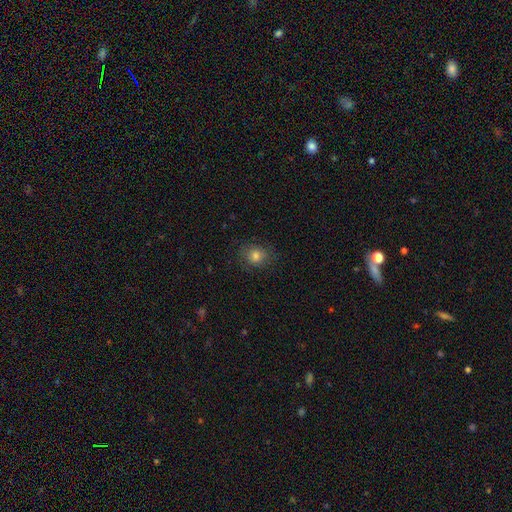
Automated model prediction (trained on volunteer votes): Smooth or featured? smooth (72%)
How rounded? round (73%)
Merging? none (79%)